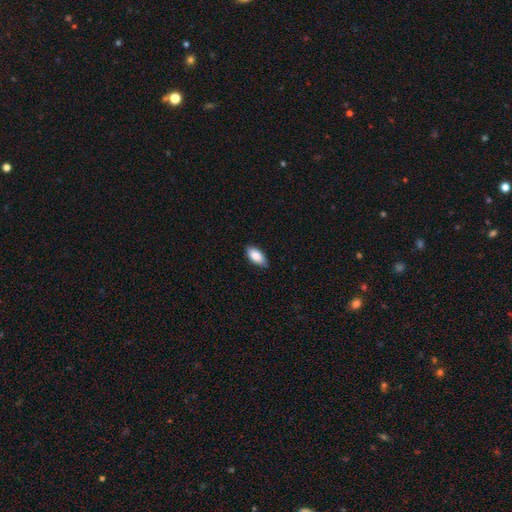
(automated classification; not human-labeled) The model was most divided on "merging": none: 81%, minor disturbance: 16%, major disturbance: 2%, merger: 1%. More confident: how rounded — in between (91%); smooth or featured — smooth (86%).